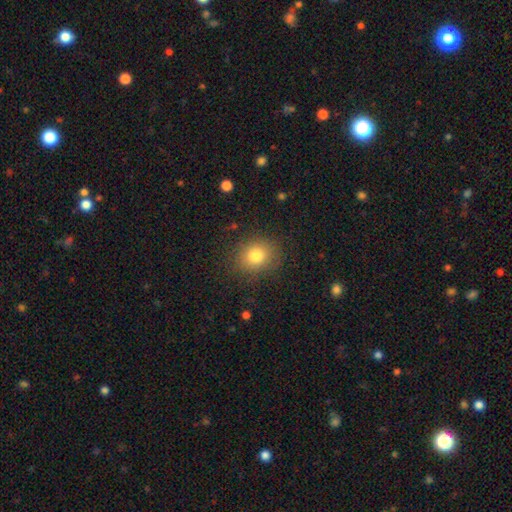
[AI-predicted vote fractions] Q: Smooth or featured?
A: smooth (79%); runner-up: star or artifact (12%)
Q: How rounded?
A: round (70%); runner-up: in between (29%)
Q: Merging?
A: none (85%); runner-up: minor disturbance (10%)